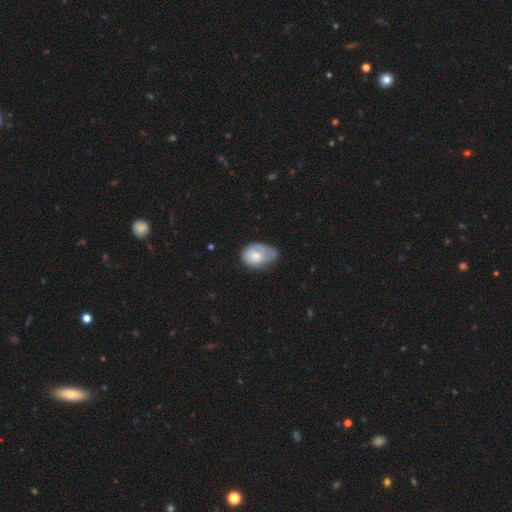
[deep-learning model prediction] A smooth galaxy with no disk features (67%) that is in between round and cigar-shaped (74%). Merging: minor disturbance (46%).